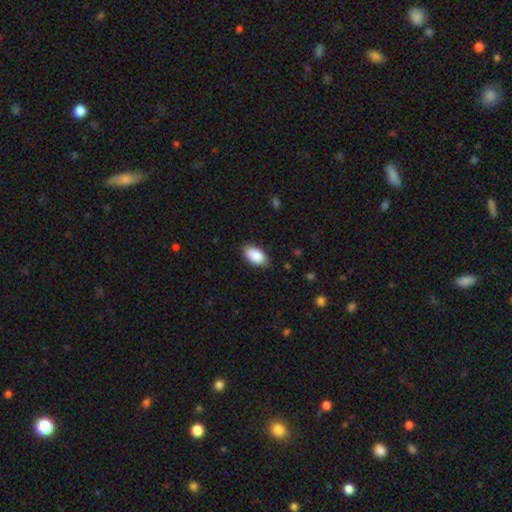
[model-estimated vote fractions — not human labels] Smooth or featured: smooth — 89% (star or artifact — 6%)
How rounded: in between — 94% (round — 4%)
Merging: none — 81% (minor disturbance — 16%)